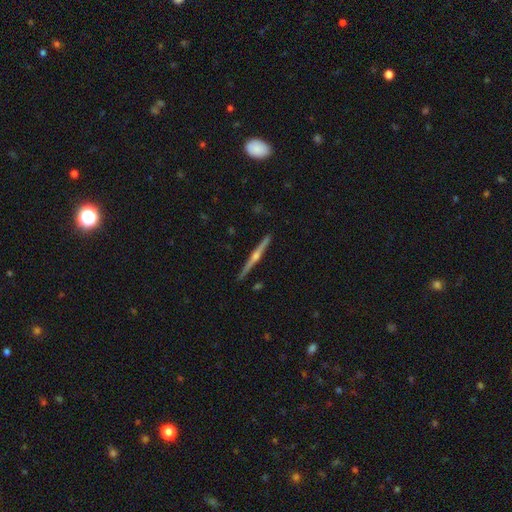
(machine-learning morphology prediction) A featured or disk galaxy (82%) viewed edge-on (99%) with a rounded central bulge (91%).

Vote fractions:
- Smooth or featured? featured or disk: 82% / smooth: 13% / star or artifact: 5%
- Edge-on disk? yes: 99% / no: 1%
- Edge-on bulge? rounded: 91% / none: 5% / boxy: 4%
- Merging? none: 91% / minor disturbance: 6% / merger: 1% / major disturbance: 1%